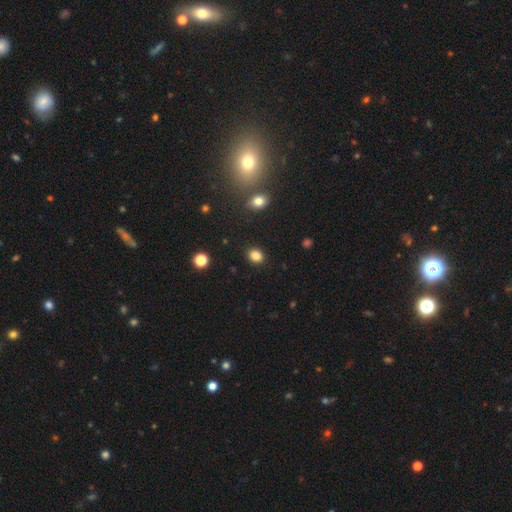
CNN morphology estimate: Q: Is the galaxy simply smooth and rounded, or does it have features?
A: smooth — 85%.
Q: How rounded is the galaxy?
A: in between — 57%.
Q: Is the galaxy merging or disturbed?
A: none — 88%.